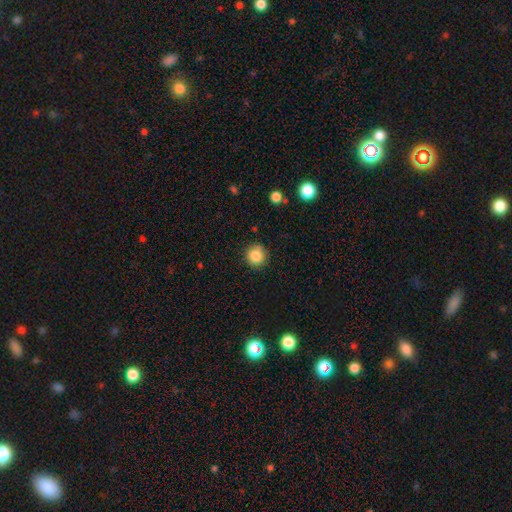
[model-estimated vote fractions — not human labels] This is clearly a smooth galaxy (85%). How rounded: clearly round (93%). Merging: clearly none (88%).